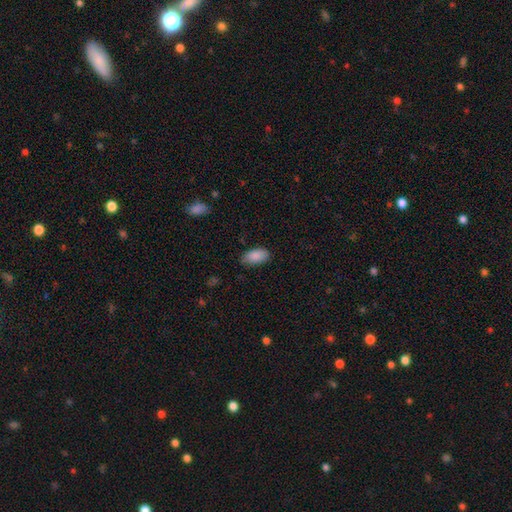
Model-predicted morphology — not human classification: smooth 88%, star or artifact 7%, featured or disk 5%. Down the decision tree: how rounded — in between (94%); merging — none (80%).